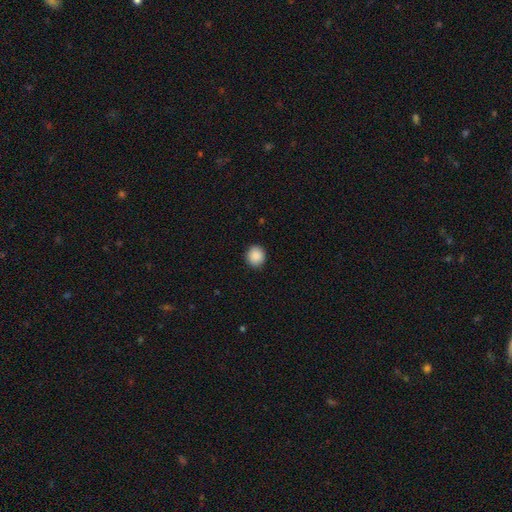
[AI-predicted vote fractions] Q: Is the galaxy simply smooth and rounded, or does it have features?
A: smooth — 89%.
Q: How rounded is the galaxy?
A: round — 84%.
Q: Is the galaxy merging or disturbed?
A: none — 90%.